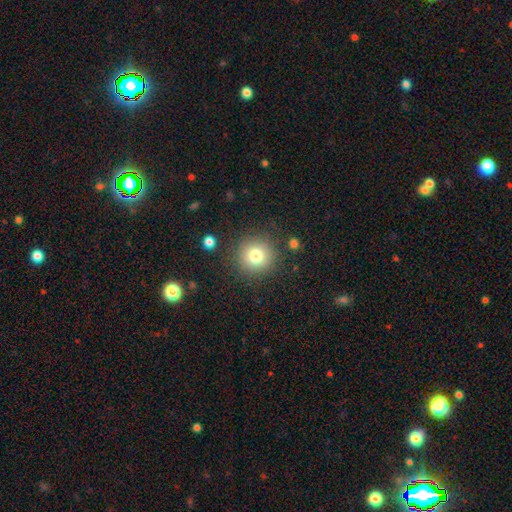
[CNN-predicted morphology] A smooth galaxy with no disk features (79%) that is round (93%).

Vote fractions:
- Smooth or featured? smooth: 79% / star or artifact: 12% / featured or disk: 9%
- How rounded? round: 93% / in between: 6% / cigar-shaped: 1%
- Merging? none: 87% / minor disturbance: 8% / major disturbance: 3% / merger: 2%